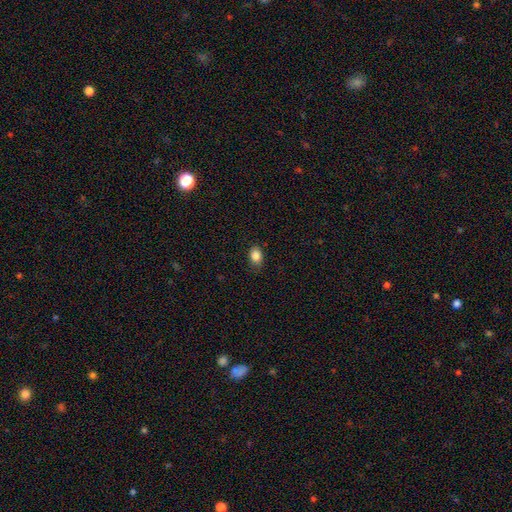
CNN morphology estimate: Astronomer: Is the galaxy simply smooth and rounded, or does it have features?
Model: smooth — 85%.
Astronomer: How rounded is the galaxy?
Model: in between — 72%.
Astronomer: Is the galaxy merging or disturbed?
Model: none — 82%.